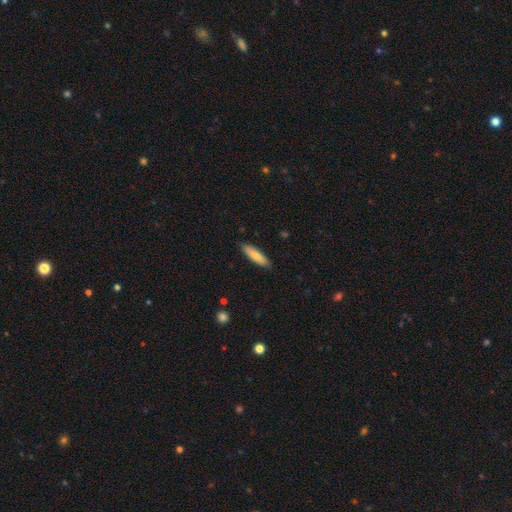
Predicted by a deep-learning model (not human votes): smooth 72%, featured or disk 22%, star or artifact 6%. Down the decision tree: how rounded — cigar-shaped (62%); merging — none (88%).